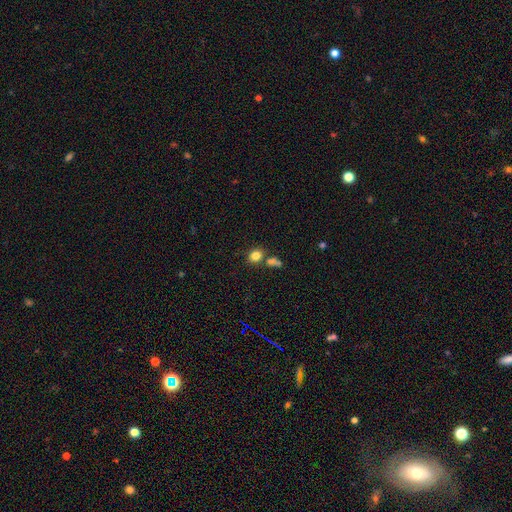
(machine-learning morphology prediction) Overall: smooth (82%). How rounded: round (54%; in between 44%). Merging: none (63%).